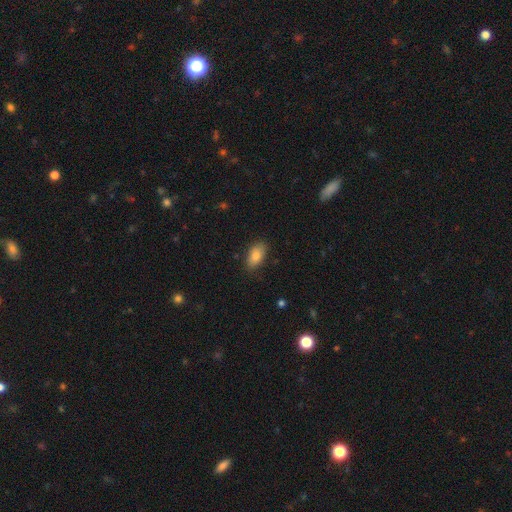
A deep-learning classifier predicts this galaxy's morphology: The model was most divided on "merging": none: 82%, minor disturbance: 14%, major disturbance: 3%, merger: 1%. More confident: how rounded — in between (91%); smooth or featured — smooth (82%).